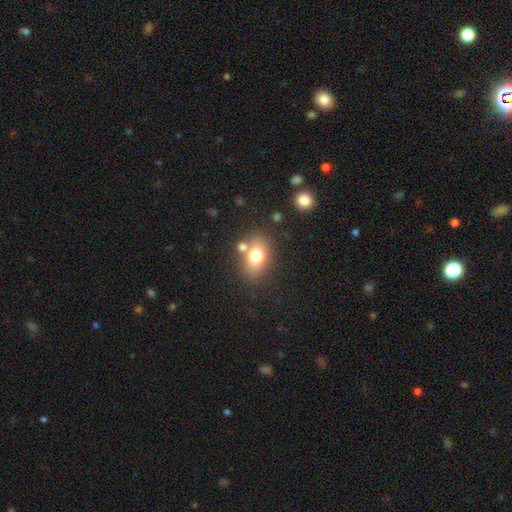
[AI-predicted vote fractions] Smooth or featured?
  - smooth: 72% *
  - featured or disk: 17%
  - star or artifact: 11%
How rounded?
  - in between: 73% *
  - round: 25%
  - cigar-shaped: 2%
Merging?
  - none: 69% *
  - merger: 14%
  - minor disturbance: 12%
  - major disturbance: 4%